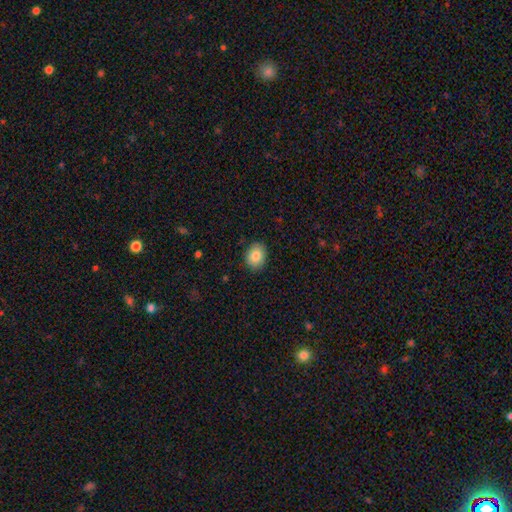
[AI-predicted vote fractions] Smooth or featured?
  - smooth: 84% *
  - star or artifact: 8%
  - featured or disk: 8%
How rounded?
  - in between: 58% *
  - round: 41%
  - cigar-shaped: 1%
Merging?
  - none: 87% *
  - minor disturbance: 10%
  - major disturbance: 2%
  - merger: 1%